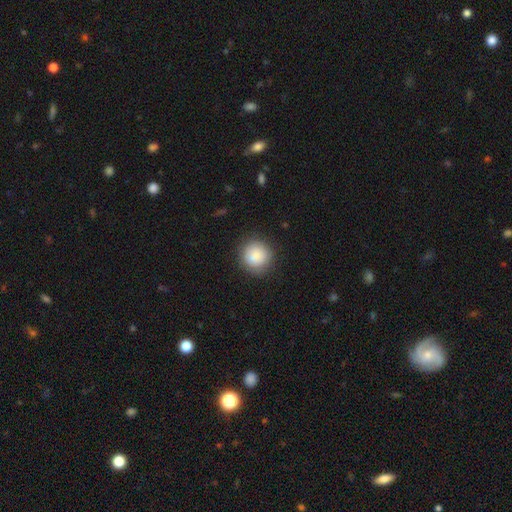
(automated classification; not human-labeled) Q: Smooth or featured?
A: smooth (85%); runner-up: star or artifact (8%)
Q: How rounded?
A: round (93%); runner-up: in between (6%)
Q: Merging?
A: none (87%); runner-up: minor disturbance (9%)